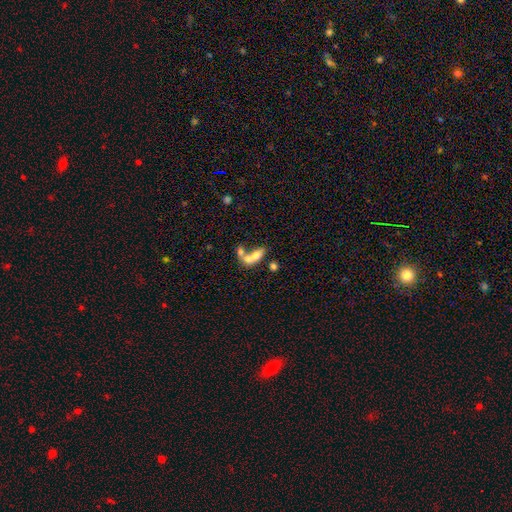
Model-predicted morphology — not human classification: smooth_or_featured: smooth (p=0.62) [alt: featured or disk p=0.27]
how_rounded: in between (p=0.78) [alt: round p=0.15]
merging: merger (p=0.66) [alt: none p=0.20]